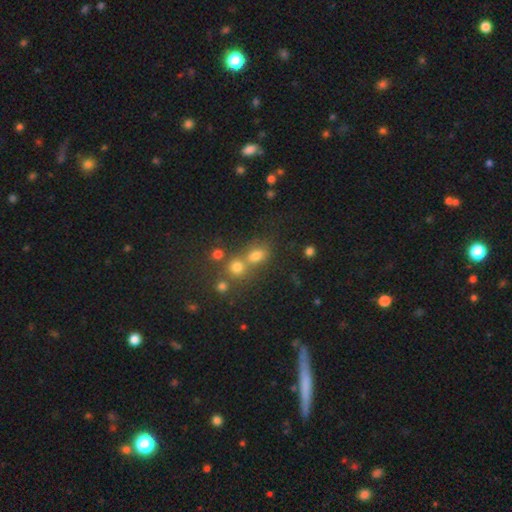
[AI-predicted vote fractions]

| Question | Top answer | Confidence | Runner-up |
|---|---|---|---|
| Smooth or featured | smooth | 72% | star or artifact (18%) |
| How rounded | in between | 56% | round (41%) |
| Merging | none | 43% | merger (42%) |